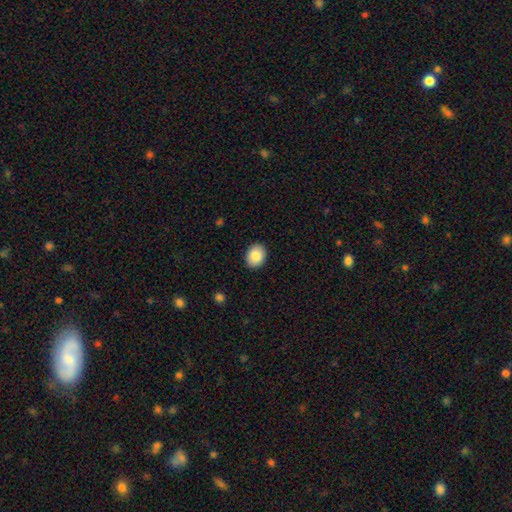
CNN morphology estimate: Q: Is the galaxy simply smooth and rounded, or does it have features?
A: smooth — 87%.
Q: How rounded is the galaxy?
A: in between — 58%.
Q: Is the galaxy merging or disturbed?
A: none — 90%.